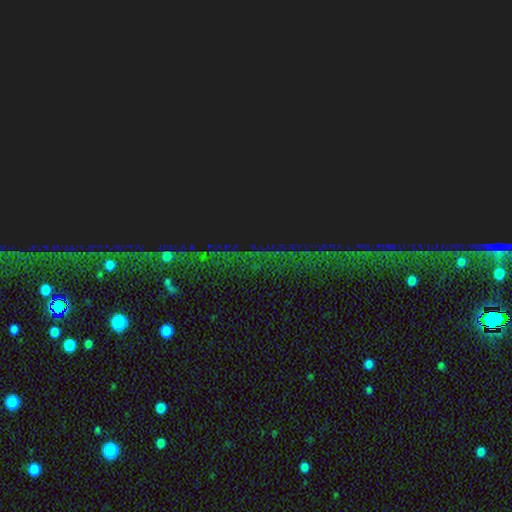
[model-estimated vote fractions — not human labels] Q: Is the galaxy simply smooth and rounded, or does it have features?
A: star or artifact — 86%.